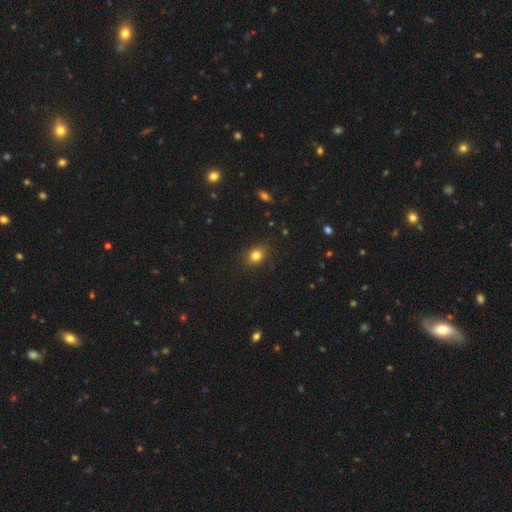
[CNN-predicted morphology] A smooth galaxy with no disk features (81%) that is in between round and cigar-shaped (56%).

Vote fractions:
- Smooth or featured? smooth: 81% / star or artifact: 12% / featured or disk: 7%
- How rounded? in between: 56% / round: 42% / cigar-shaped: 1%
- Merging? none: 85% / minor disturbance: 11% / major disturbance: 3% / merger: 1%